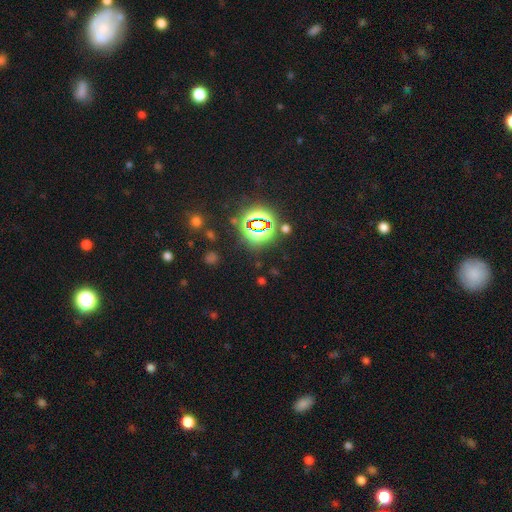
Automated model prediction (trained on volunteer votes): A star or artifact, not a galaxy (80%).